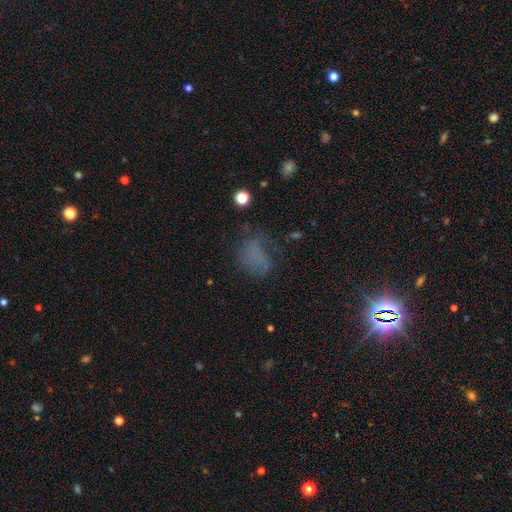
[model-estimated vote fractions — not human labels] Q: Smooth or featured?
A: smooth (53%); runner-up: star or artifact (26%)
Q: How rounded?
A: in between (63%); runner-up: round (34%)
Q: Merging?
A: none (45%); runner-up: major disturbance (27%)